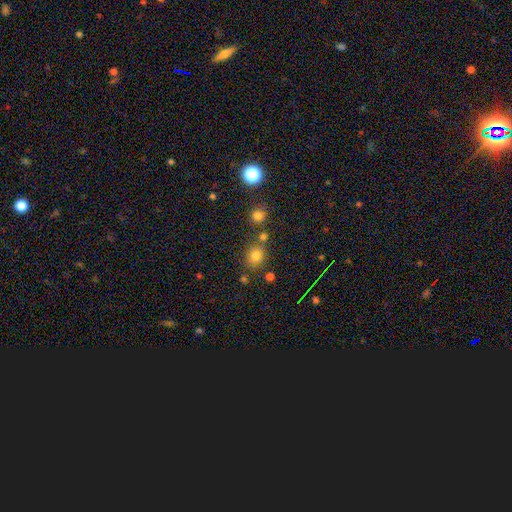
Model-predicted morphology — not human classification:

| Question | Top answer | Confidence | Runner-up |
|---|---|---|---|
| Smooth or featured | smooth | 75% | star or artifact (18%) |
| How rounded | round | 74% | in between (25%) |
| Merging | none | 72% | merger (13%) |